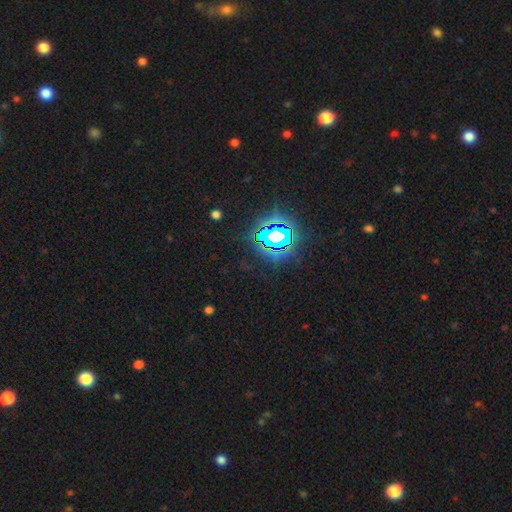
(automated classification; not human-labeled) This is clearly a star or artifact rather than a galaxy (82%).